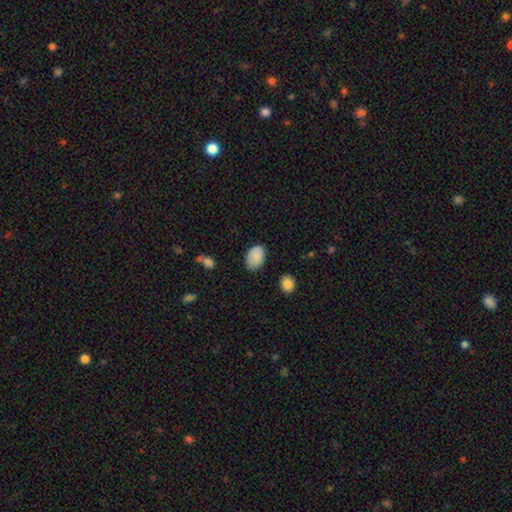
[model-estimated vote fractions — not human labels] This appears to be a smooth galaxy with no disk features (85%) that is in between round and cigar-shaped (88%). Merging: none (73%).